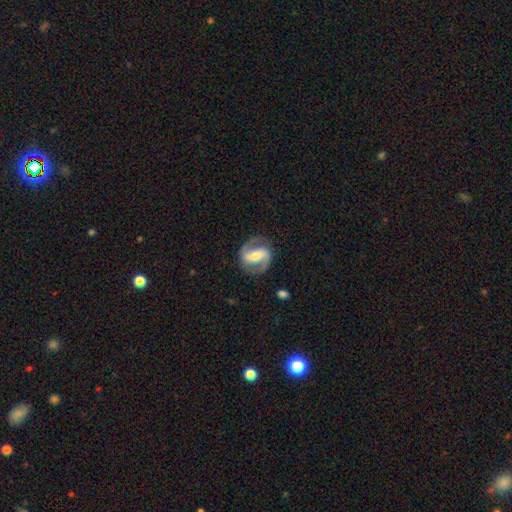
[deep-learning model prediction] Smooth or featured: featured or disk — 87% (smooth — 8%)
Edge-on disk: no — 97% (yes — 3%)
Bar: strong — 59% (weak — 28%)
Spiral arms: yes — 95% (no — 5%)
Spiral winding: medium — 54% (tight — 26%)
Spiral arm count: 2 — 92% (can't tell — 3%)
Bulge size: moderate — 53% (small — 38%)
Merging: none — 84% (minor disturbance — 10%)